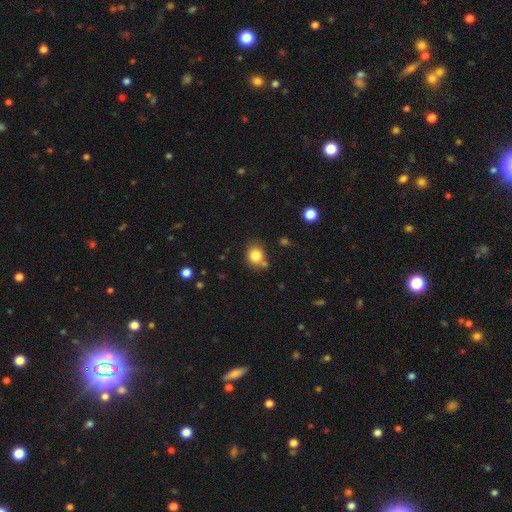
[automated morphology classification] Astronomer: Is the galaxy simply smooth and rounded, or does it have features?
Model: smooth — 83%.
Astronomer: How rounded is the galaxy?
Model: round — 74%.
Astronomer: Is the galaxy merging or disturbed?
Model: none — 67%.